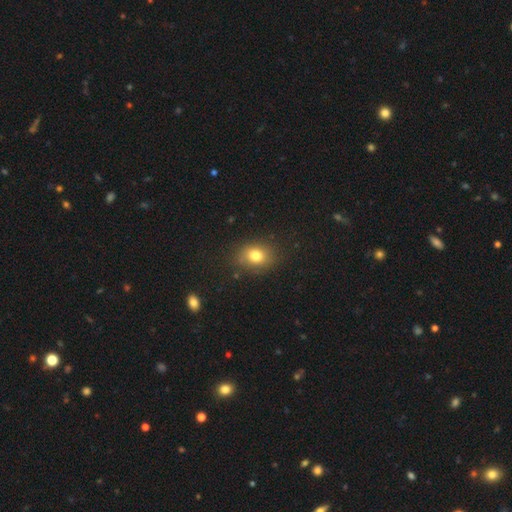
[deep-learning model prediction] Smooth or featured? smooth (78%)
How rounded? in between (51%)
Merging? none (81%)